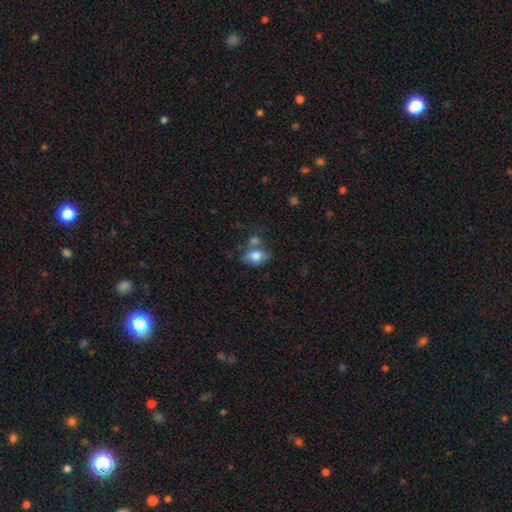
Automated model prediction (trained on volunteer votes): A smooth galaxy with no disk features (77%) that is in between round and cigar-shaped (76%).

Vote fractions:
- Smooth or featured? smooth: 77% / featured or disk: 15% / star or artifact: 9%
- How rounded? in between: 76% / round: 23% / cigar-shaped: 2%
- Merging? none: 39% / merger: 32% / minor disturbance: 19% / major disturbance: 10%